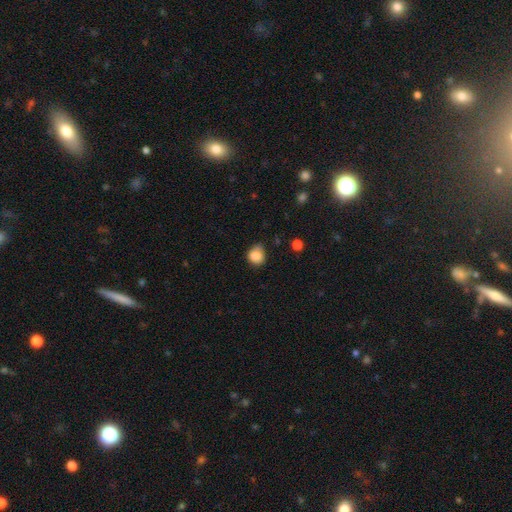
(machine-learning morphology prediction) smooth-or-featured: smooth: 85% | star or artifact: 10% | featured or disk: 6%
  how-rounded: round: 73% | in between: 26% | cigar-shaped: 1%
  merging: none: 56% | minor disturbance: 34% | major disturbance: 7% | merger: 3%